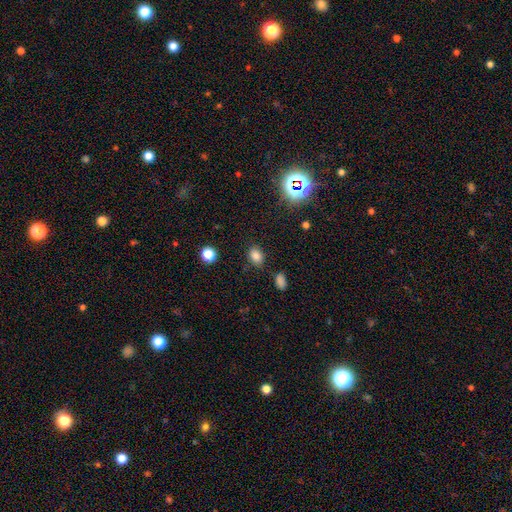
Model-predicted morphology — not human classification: smooth-or-featured: smooth: 80% | star or artifact: 15% | featured or disk: 5%
  how-rounded: in between: 64% | round: 35% | cigar-shaped: 1%
  merging: none: 81% | minor disturbance: 12% | major disturbance: 4% | merger: 3%